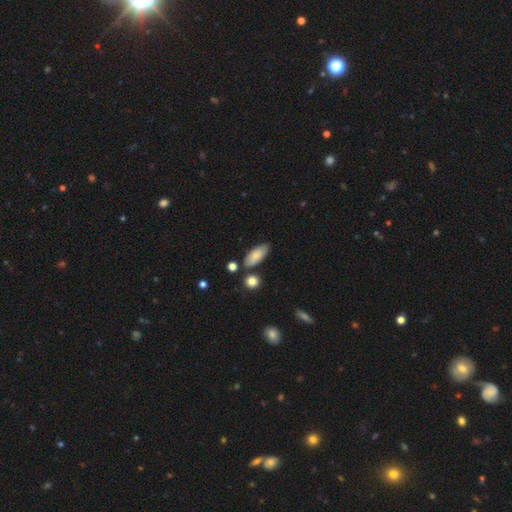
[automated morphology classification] Smooth or featured? smooth (81%)
How rounded? in between (84%)
Merging? none (78%)